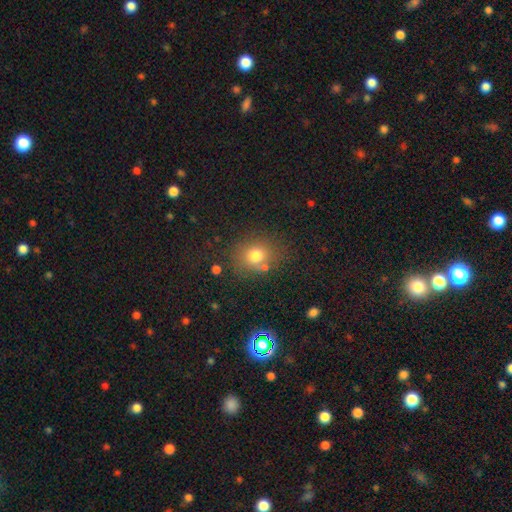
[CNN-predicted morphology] The model was most divided on "how rounded": round: 71%, in between: 28%, cigar-shaped: 1%. More confident: smooth or featured — smooth (75%); merging — none (71%).